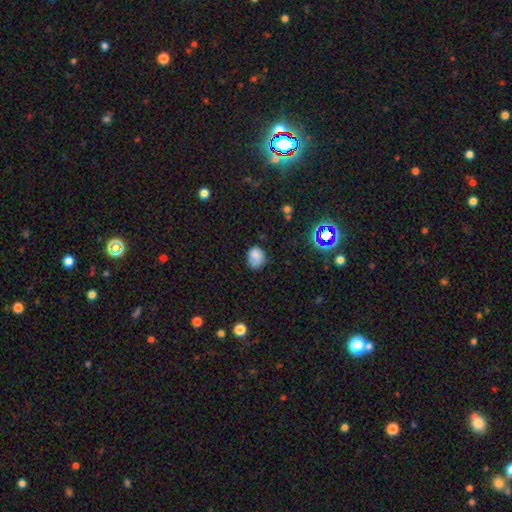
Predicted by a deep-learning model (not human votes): This is likely a smooth galaxy (79%). How rounded: possibly in between (51%). Merging: possibly none (59%).